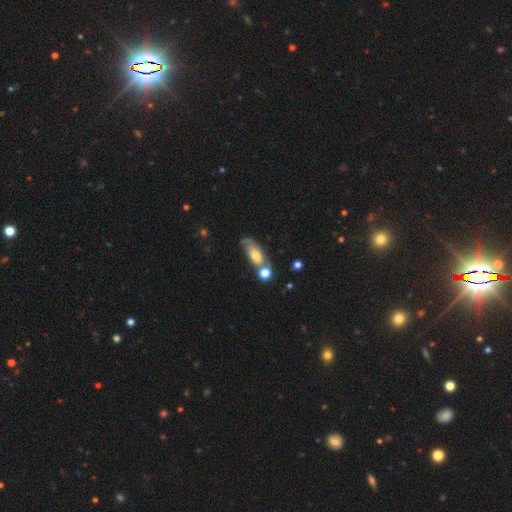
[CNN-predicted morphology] Overall: smooth (54%; featured or disk 38%). How rounded: in between (76%). Merging: none (38%; merger 31%).